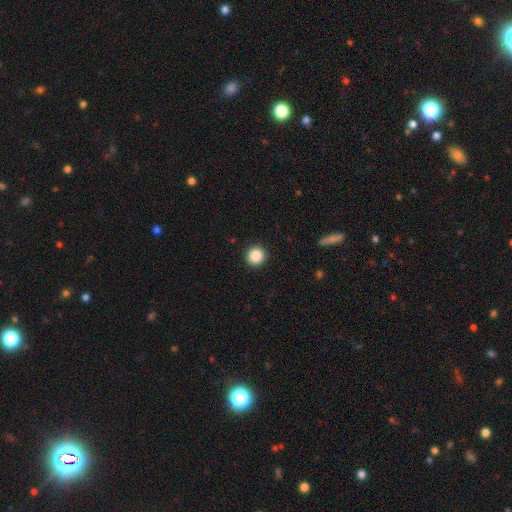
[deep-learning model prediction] A smooth galaxy with no disk features (88%) that is round (96%).

Vote fractions:
- Smooth or featured? smooth: 88% / star or artifact: 9% / featured or disk: 3%
- How rounded? round: 96% / in between: 3% / cigar-shaped: 1%
- Merging? none: 93% / minor disturbance: 4% / major disturbance: 2% / merger: 1%